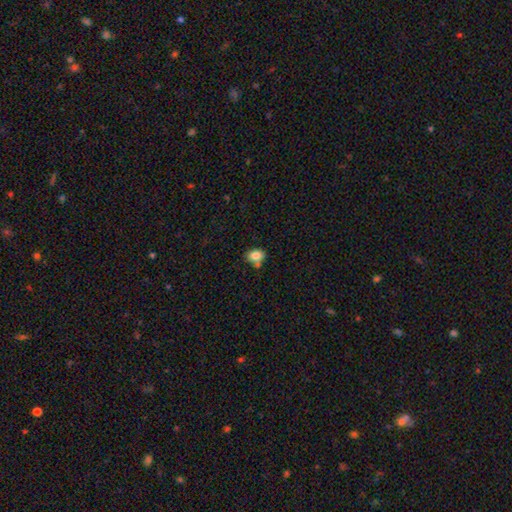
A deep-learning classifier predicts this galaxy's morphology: Smooth or featured: smooth — 83% (star or artifact — 9%)
How rounded: in between — 67% (round — 31%)
Merging: none — 61% (merger — 18%)